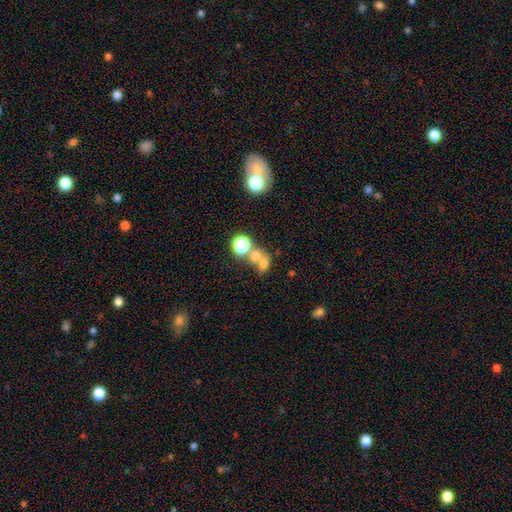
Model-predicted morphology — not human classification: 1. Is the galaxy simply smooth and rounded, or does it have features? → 64% smooth, 21% star or artifact, 15% featured or disk.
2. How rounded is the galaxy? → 54% round, 44% in between, 2% cigar-shaped.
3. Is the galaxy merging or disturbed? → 56% merger, 31% none, 8% minor disturbance, 6% major disturbance.